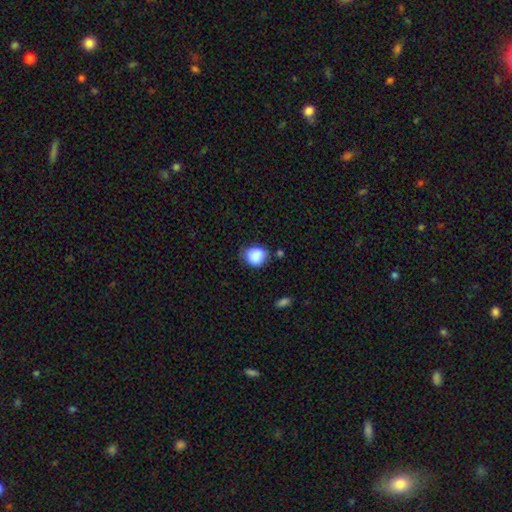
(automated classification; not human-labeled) Smooth or featured? Predicted: smooth (p=0.87). How rounded? Predicted: round (p=0.69). Merging? Predicted: none (p=0.63).